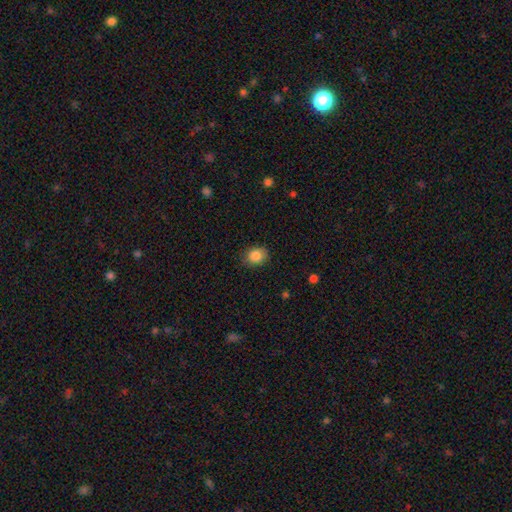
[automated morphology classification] Smooth or featured?
  - smooth: 86% *
  - star or artifact: 9%
  - featured or disk: 5%
How rounded?
  - round: 54% *
  - in between: 45%
  - cigar-shaped: 1%
Merging?
  - none: 84% *
  - minor disturbance: 12%
  - major disturbance: 3%
  - merger: 1%